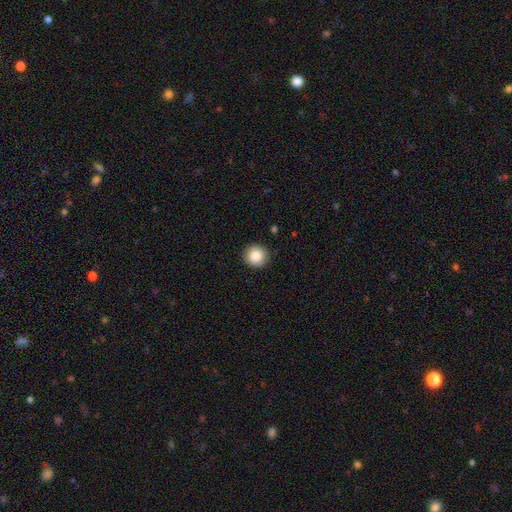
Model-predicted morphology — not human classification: smooth 86%, star or artifact 9%, featured or disk 5%. Down the decision tree: how rounded — round (93%); merging — none (91%).